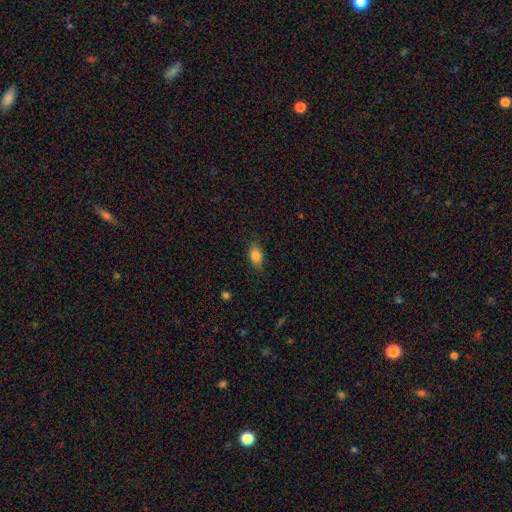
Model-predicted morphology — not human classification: A smooth galaxy with no disk features (83%) that is in between round and cigar-shaped (82%). Merging: none (79%).